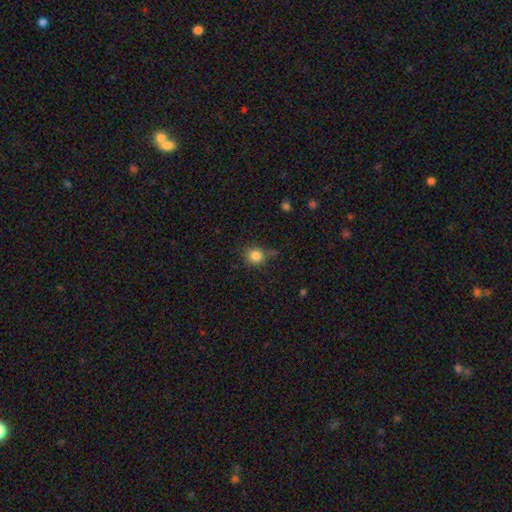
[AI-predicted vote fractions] smooth 83%, star or artifact 11%, featured or disk 5%. Down the decision tree: how rounded — round (89%); merging — none (73%).